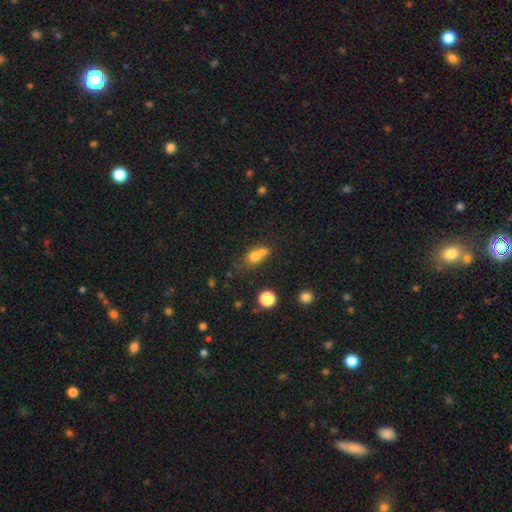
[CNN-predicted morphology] smooth-or-featured: smooth: 71% | featured or disk: 15% | star or artifact: 14%
  how-rounded: round: 57% | in between: 41% | cigar-shaped: 3%
  merging: merger: 54% | none: 32% | minor disturbance: 10% | major disturbance: 5%